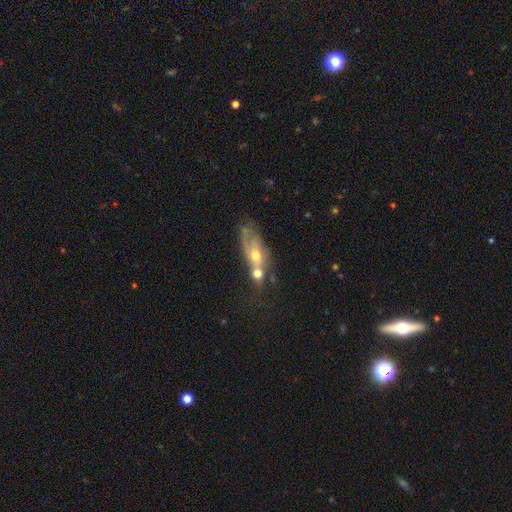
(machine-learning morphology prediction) Q: Smooth or featured?
A: featured or disk (52%); runner-up: smooth (37%)
Q: Edge-on disk?
A: no (79%); runner-up: yes (21%)
Q: Merging?
A: merger (44%); runner-up: none (26%)